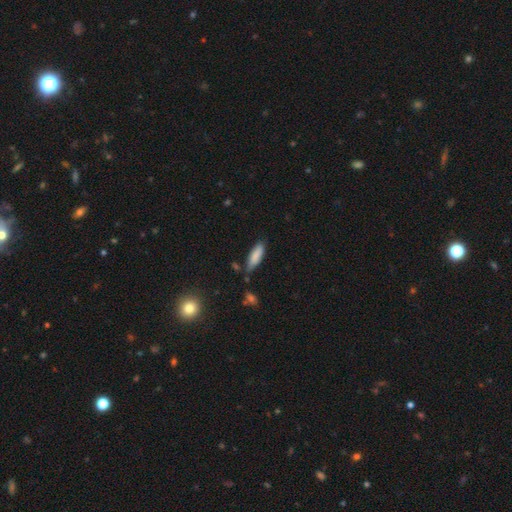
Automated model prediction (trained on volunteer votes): Q: Smooth or featured?
A: smooth (83%); runner-up: featured or disk (10%)
Q: How rounded?
A: cigar-shaped (52%); runner-up: in between (46%)
Q: Merging?
A: none (69%); runner-up: minor disturbance (22%)